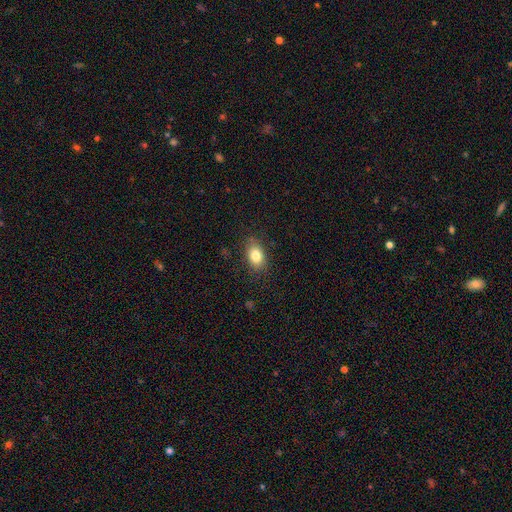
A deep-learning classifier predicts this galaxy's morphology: Overall: smooth (82%). How rounded: in between (83%). Merging: none (83%).